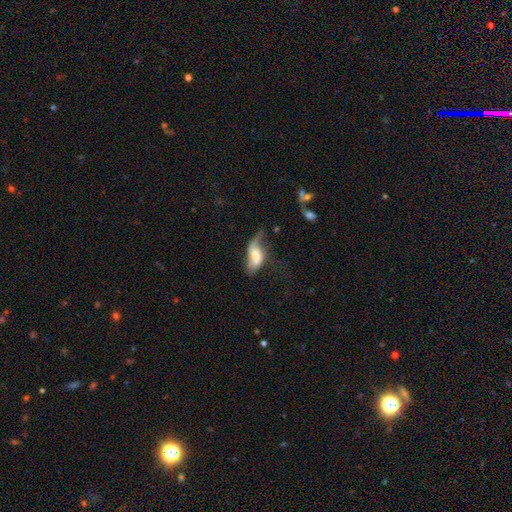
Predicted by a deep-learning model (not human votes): The model was most divided on "merging": major disturbance: 40%, minor disturbance: 29%, none: 26%, merger: 6%. More confident: how rounded — in between (85%); smooth or featured — smooth (52%).